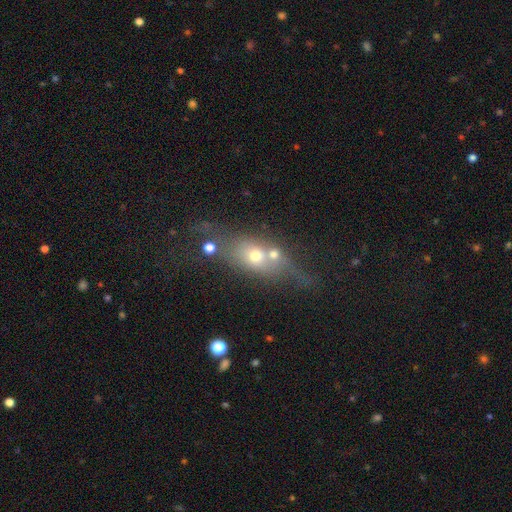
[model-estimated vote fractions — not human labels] This appears to be a smooth galaxy with no disk features (52%) that is in between round and cigar-shaped (53%). Merging: merger (40%).